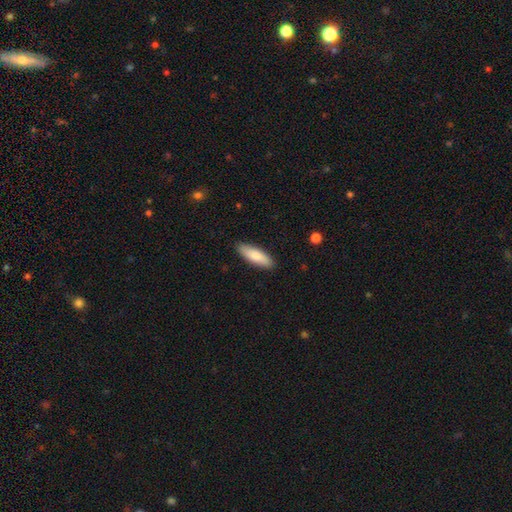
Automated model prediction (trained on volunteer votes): Smooth or featured: smooth — 81% (featured or disk — 14%)
How rounded: in between — 54% (cigar-shaped — 45%)
Merging: none — 89% (minor disturbance — 9%)